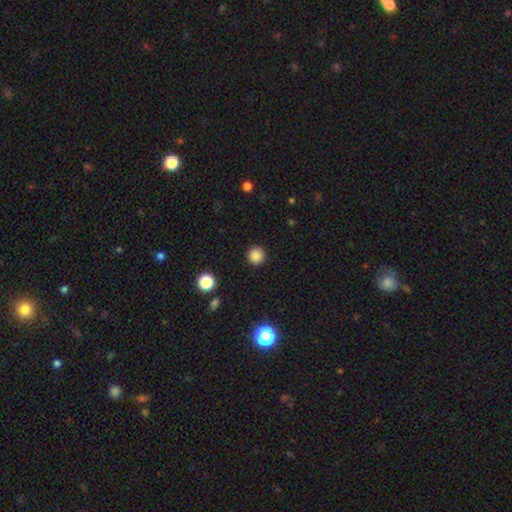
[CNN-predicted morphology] This appears to be a smooth galaxy with no disk features (85%) that is round (95%). Merging: none (92%).